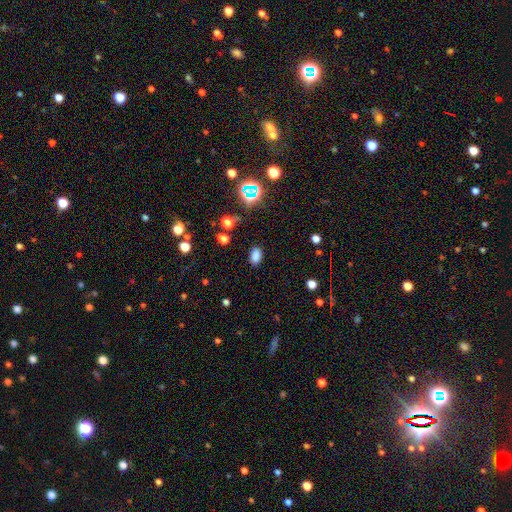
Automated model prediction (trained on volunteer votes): smooth_or_featured: smooth (p=0.80) [alt: star or artifact p=0.16]
how_rounded: in between (p=0.88) [alt: round p=0.10]
merging: none (p=0.87) [alt: minor disturbance p=0.09]